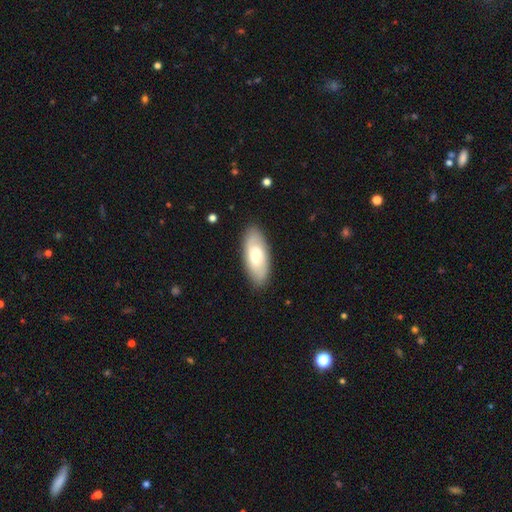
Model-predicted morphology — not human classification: A smooth galaxy with no disk features (63%) that is in between round and cigar-shaped (86%). Merging: none (86%).